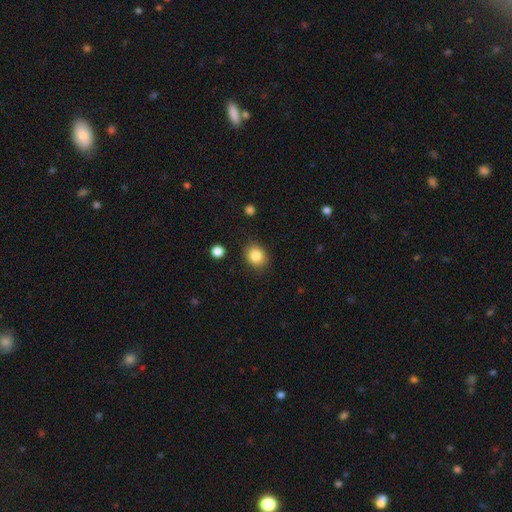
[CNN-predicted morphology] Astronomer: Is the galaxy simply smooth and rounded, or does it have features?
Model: smooth — 85%.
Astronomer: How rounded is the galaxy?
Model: round — 65%.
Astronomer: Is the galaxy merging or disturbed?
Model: none — 86%.